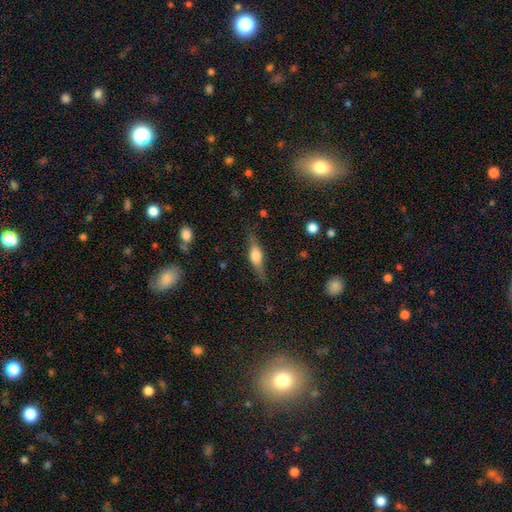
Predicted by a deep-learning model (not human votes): Q: Smooth or featured?
A: featured or disk (54%); runner-up: smooth (39%)
Q: Edge-on disk?
A: yes (93%); runner-up: no (7%)
Q: Edge-on bulge?
A: rounded (88%); runner-up: boxy (10%)
Q: Merging?
A: none (79%); runner-up: minor disturbance (15%)